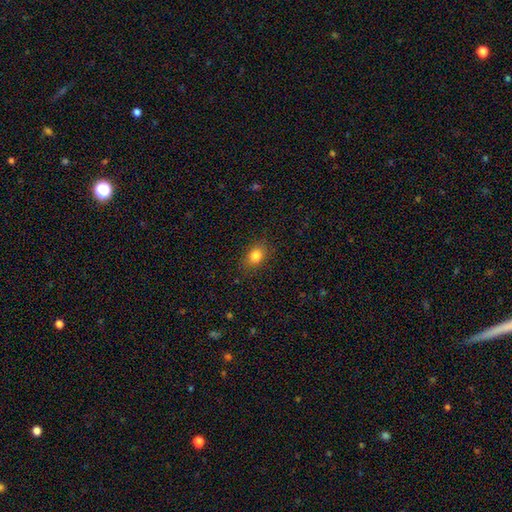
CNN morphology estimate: smooth-or-featured: smooth: 83% | star or artifact: 10% | featured or disk: 6%
  how-rounded: in between: 68% | round: 31% | cigar-shaped: 2%
  merging: none: 84% | minor disturbance: 12% | major disturbance: 3% | merger: 1%